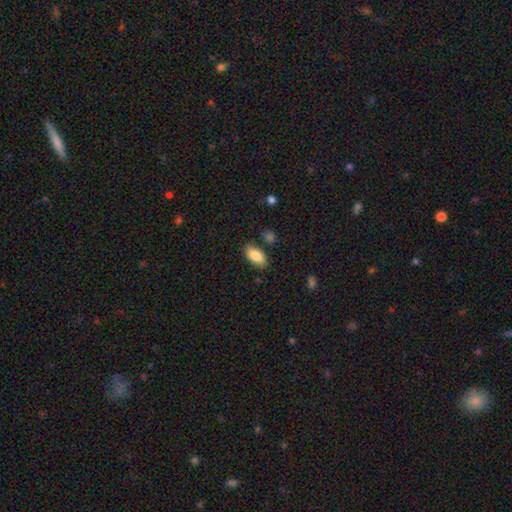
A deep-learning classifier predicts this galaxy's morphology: This appears to be a smooth galaxy with no disk features (84%) that is in between round and cigar-shaped (91%). Merging: none (82%).